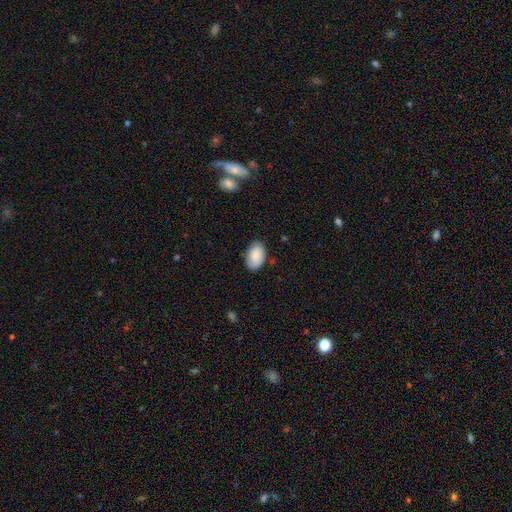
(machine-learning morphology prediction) A smooth galaxy with no disk features (85%) that is in between round and cigar-shaped (91%). Merging: none (80%).